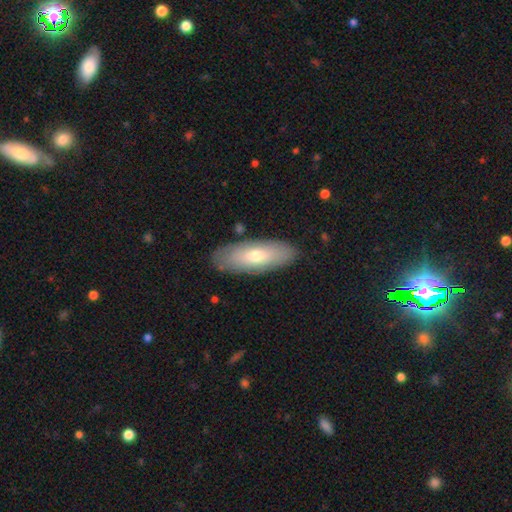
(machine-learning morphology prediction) Smooth or featured? Predicted: smooth (p=0.64). How rounded? Predicted: in between (p=0.74). Merging? Predicted: none (p=0.84).